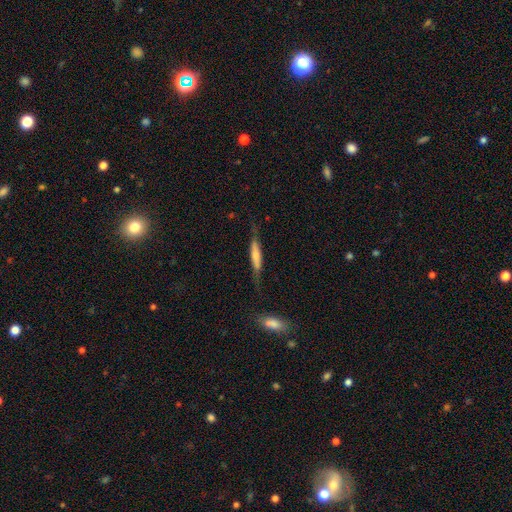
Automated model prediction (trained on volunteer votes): This appears to be a smooth galaxy with no disk features (49%). Merging: none (67%).